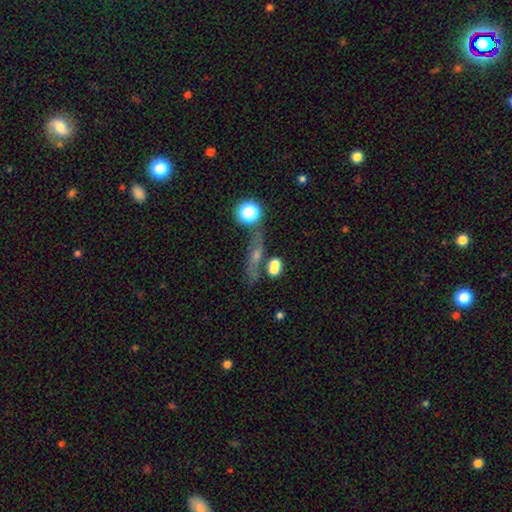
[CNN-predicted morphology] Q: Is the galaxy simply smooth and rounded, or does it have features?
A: featured or disk — 47%.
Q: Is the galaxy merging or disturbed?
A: none — 62%.